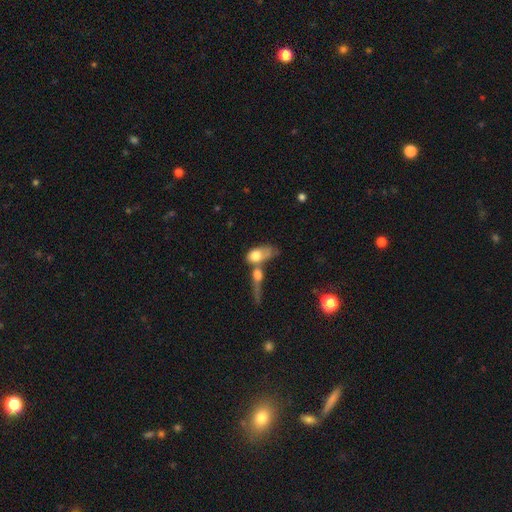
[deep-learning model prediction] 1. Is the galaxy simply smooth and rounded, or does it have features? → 67% smooth, 25% featured or disk, 8% star or artifact.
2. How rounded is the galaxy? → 77% in between, 14% round, 10% cigar-shaped.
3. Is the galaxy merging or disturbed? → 65% merger, 13% major disturbance, 13% none, 8% minor disturbance.